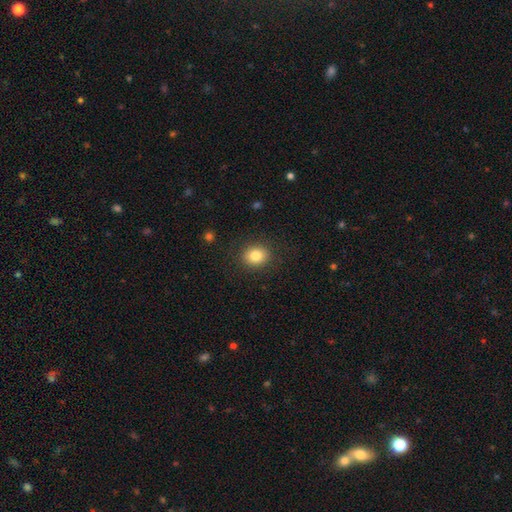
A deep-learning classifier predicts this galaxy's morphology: This appears to be a smooth galaxy with no disk features (83%) that is round (62%). Merging: none (88%).